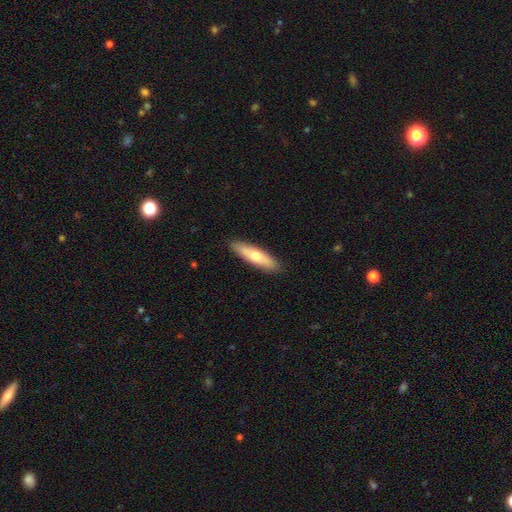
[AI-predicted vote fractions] A smooth galaxy with no disk features (63%) that is cigar-shaped (71%).

Vote fractions:
- Smooth or featured? smooth: 63% / featured or disk: 32% / star or artifact: 5%
- How rounded? cigar-shaped: 71% / in between: 28% / round: 2%
- Merging? none: 89% / minor disturbance: 9% / major disturbance: 2% / merger: 1%